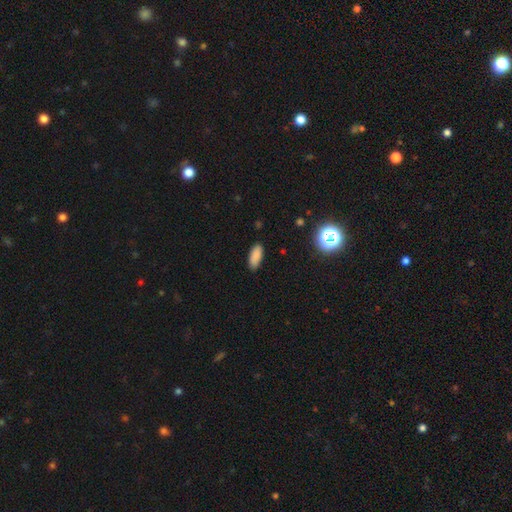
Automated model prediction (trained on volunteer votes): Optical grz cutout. It shows a smooth galaxy with no disk features (87%) that is in between round and cigar-shaped (79%). Merging: none (87%).